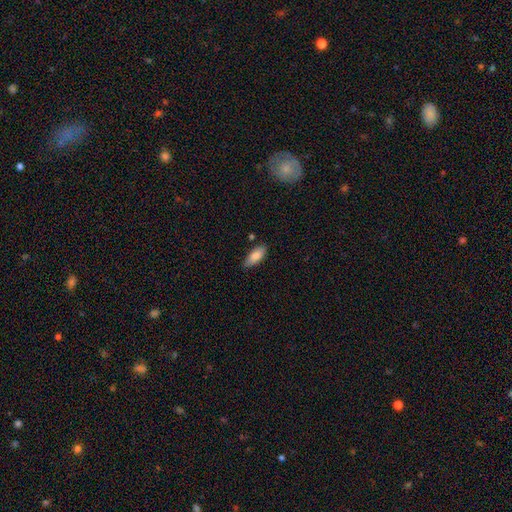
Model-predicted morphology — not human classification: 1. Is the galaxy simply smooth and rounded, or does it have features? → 84% smooth, 10% featured or disk, 6% star or artifact.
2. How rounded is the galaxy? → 80% in between, 18% cigar-shaped, 2% round.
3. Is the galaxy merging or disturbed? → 78% none, 17% minor disturbance, 3% major disturbance, 2% merger.